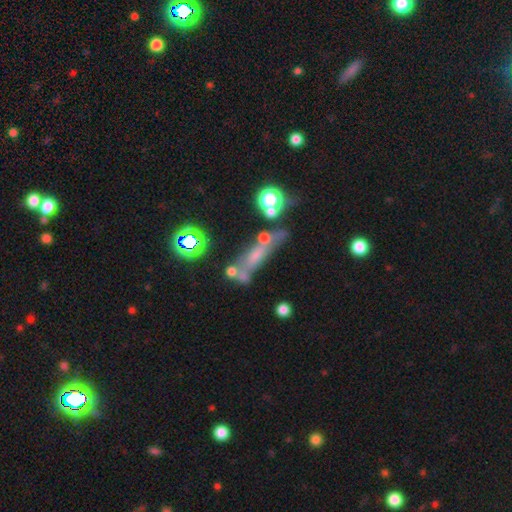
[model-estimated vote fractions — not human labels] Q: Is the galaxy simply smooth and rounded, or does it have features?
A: featured or disk — 40%.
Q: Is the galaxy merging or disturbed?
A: none — 46%.